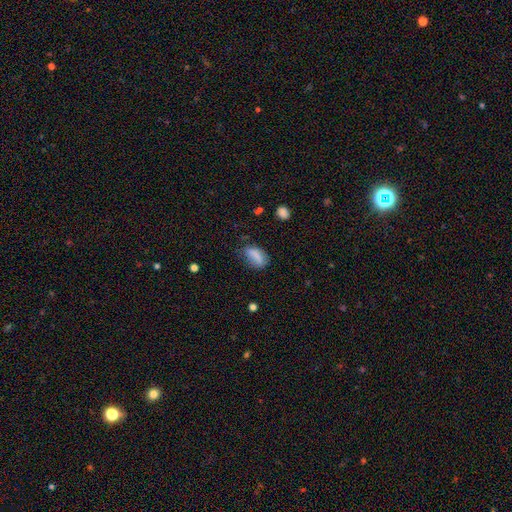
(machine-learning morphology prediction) A smooth galaxy with no disk features (76%) that is in between round and cigar-shaped (83%).

Vote fractions:
- Smooth or featured? smooth: 76% / featured or disk: 14% / star or artifact: 9%
- How rounded? in between: 83% / cigar-shaped: 10% / round: 7%
- Merging? none: 55% / minor disturbance: 29% / major disturbance: 12% / merger: 3%